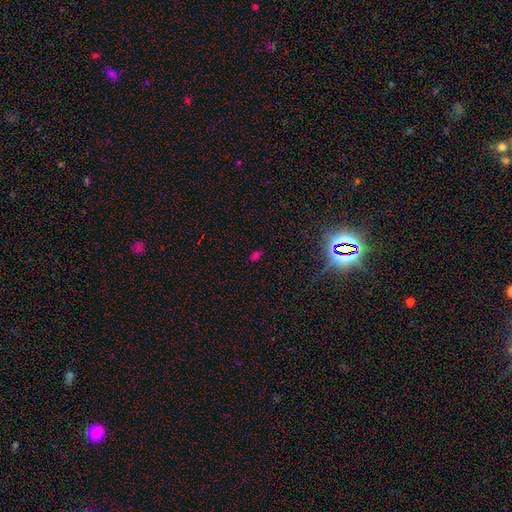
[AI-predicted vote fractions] smooth_or_featured: smooth (p=0.51) [alt: star or artifact p=0.42]
how_rounded: in between (p=0.85) [alt: round p=0.10]
merging: none (p=0.77) [alt: minor disturbance p=0.13]